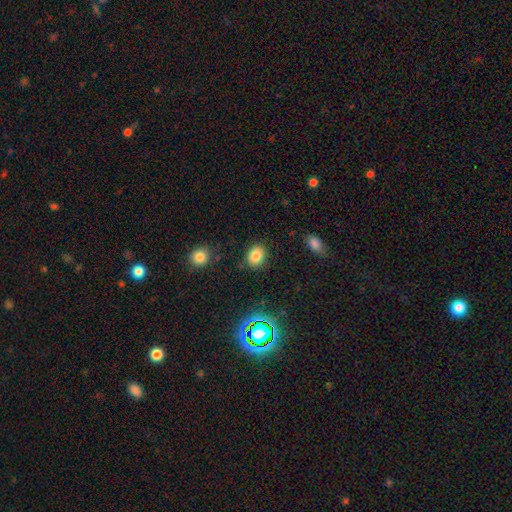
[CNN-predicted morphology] A smooth galaxy with no disk features (82%) that is in between round and cigar-shaped (56%). Merging: none (85%).